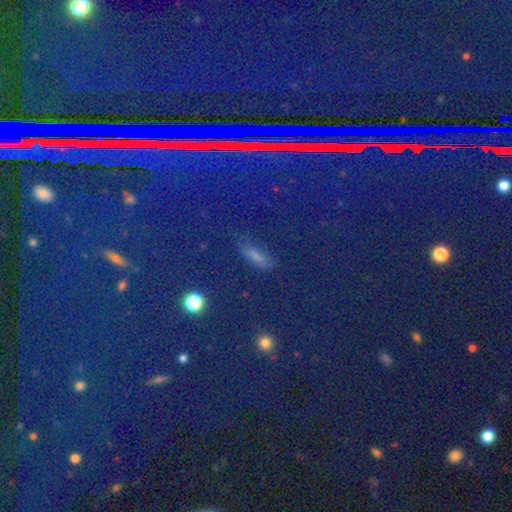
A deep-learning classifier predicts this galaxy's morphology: Overall: star or artifact (43%, tied with smooth).